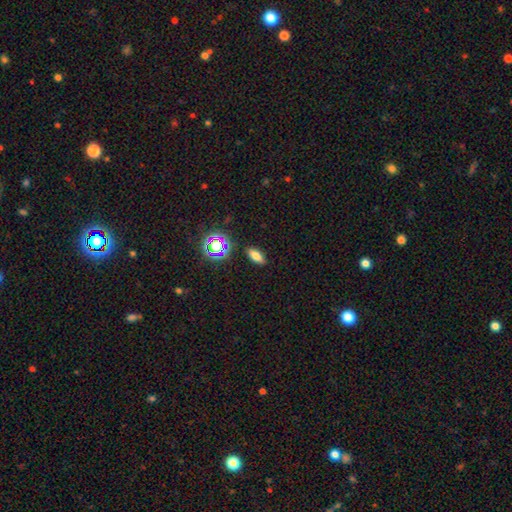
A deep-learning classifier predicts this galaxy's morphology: smooth-or-featured: smooth: 70% | star or artifact: 18% | featured or disk: 12%
  how-rounded: in between: 80% | cigar-shaped: 13% | round: 6%
  merging: none: 88% | minor disturbance: 8% | major disturbance: 2% | merger: 2%